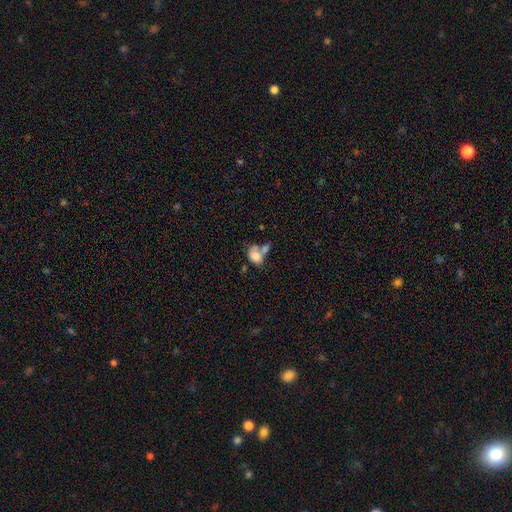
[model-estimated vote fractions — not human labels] This is likely a smooth galaxy (74%). How rounded: likely in between (77%). Merging: possibly merger (52%).